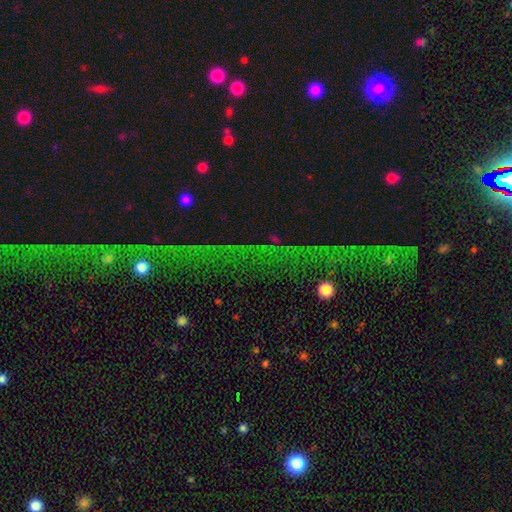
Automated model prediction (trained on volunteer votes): smooth_or_featured: star or artifact (p=0.80) [alt: featured or disk p=0.11]